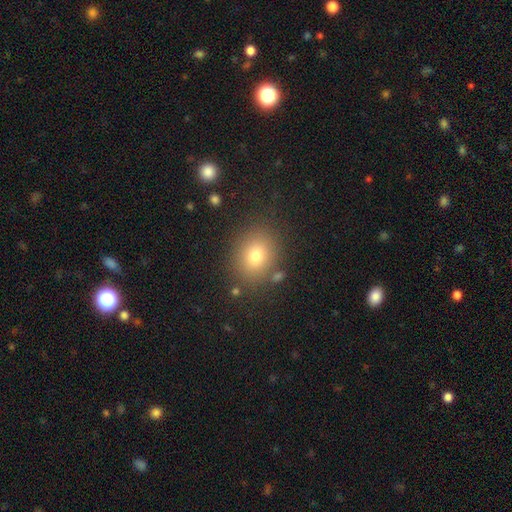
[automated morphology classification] This appears to be a smooth galaxy with no disk features (73%) that is round (59%). Merging: none (85%).